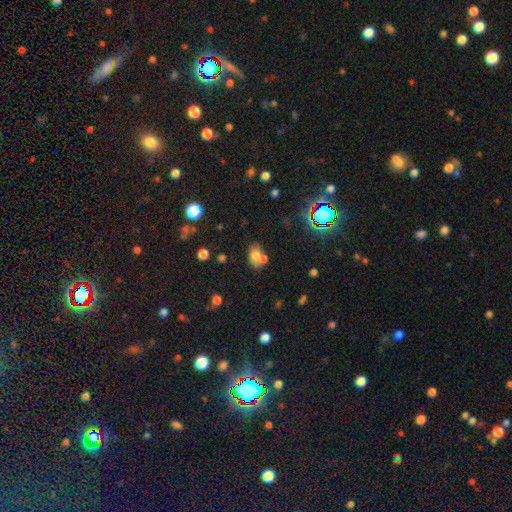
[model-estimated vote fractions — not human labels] Morphology: type=smooth (73%); roundness=in between (77%); merging=none (47%).